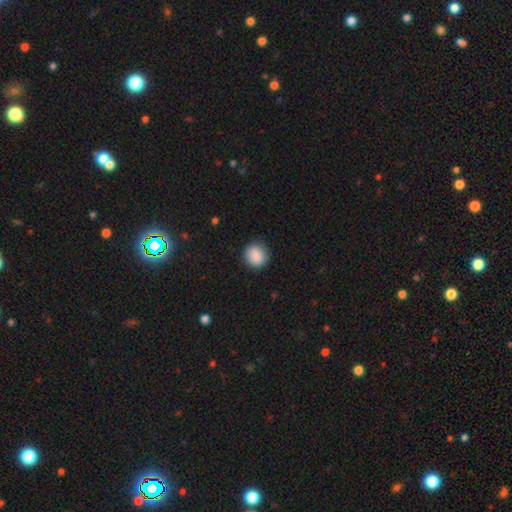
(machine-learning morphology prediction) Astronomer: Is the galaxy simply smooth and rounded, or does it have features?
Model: smooth — 88%.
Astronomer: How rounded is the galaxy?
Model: round — 86%.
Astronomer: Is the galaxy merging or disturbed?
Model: none — 87%.